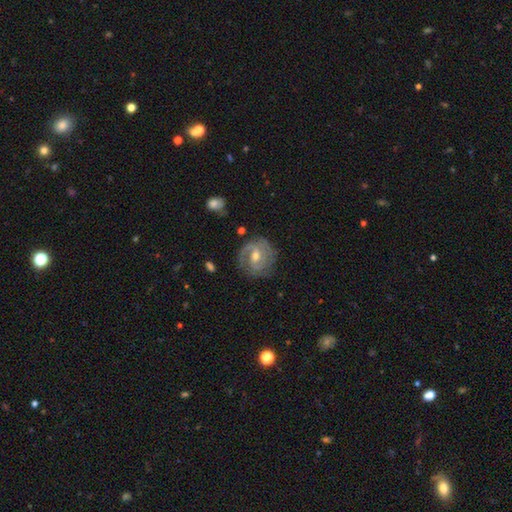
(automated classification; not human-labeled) Overall: featured or disk (82%). Edge-on disk: no (97%). Bar: weak (51%; no 33%). Spiral arms: yes (93%). Spiral arm count: 2 (52%; can't tell 20%). Spiral winding: tight (53%; medium 36%). Bulge size: moderate (58%; small 38%). Merging: none (71%).